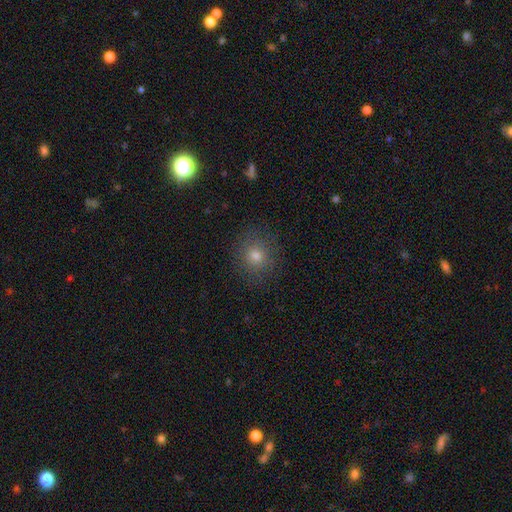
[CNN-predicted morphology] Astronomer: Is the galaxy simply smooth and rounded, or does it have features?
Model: smooth — 74%.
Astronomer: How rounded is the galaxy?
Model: round — 86%.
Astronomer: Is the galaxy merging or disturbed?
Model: none — 87%.